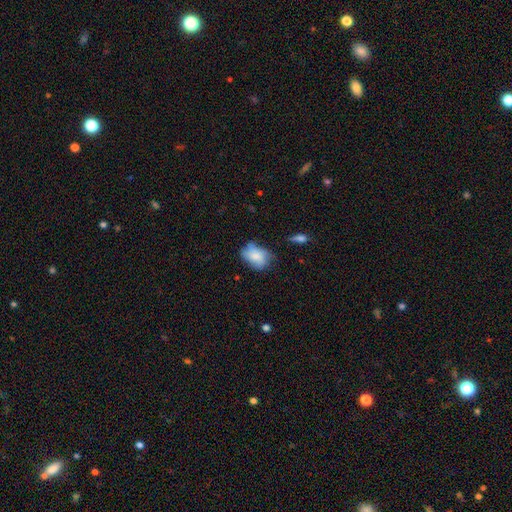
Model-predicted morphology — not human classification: The model was most divided on "merging": none: 52%, minor disturbance: 33%, major disturbance: 11%, merger: 4%. More confident: how rounded — in between (75%); smooth or featured — smooth (68%).